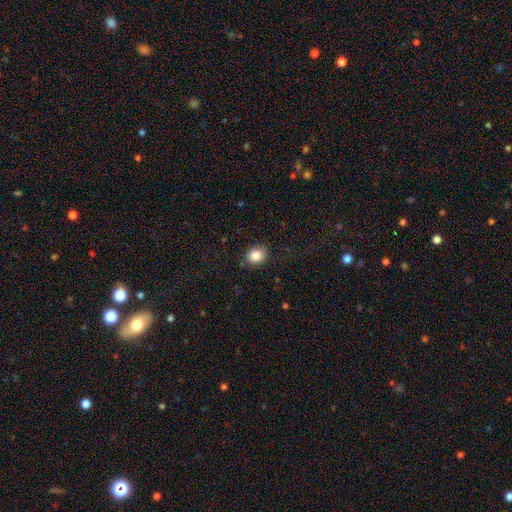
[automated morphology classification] smooth 85%, star or artifact 10%, featured or disk 6%. Down the decision tree: how rounded — round (64%); merging — none (83%).